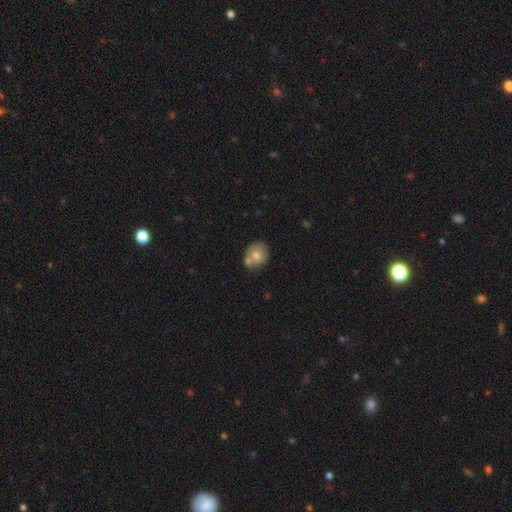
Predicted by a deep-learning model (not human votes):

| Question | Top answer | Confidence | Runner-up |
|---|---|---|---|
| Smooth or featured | smooth | 69% | featured or disk (23%) |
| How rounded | round | 62% | in between (37%) |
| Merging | none | 44% | merger (35%) |